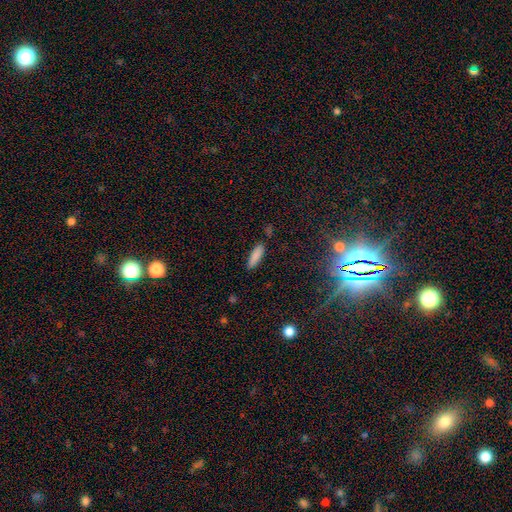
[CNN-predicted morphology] smooth_or_featured: smooth (p=0.86) [alt: star or artifact p=0.08]
how_rounded: cigar-shaped (p=0.58) [alt: in between p=0.40]
merging: none (p=0.85) [alt: minor disturbance p=0.11]